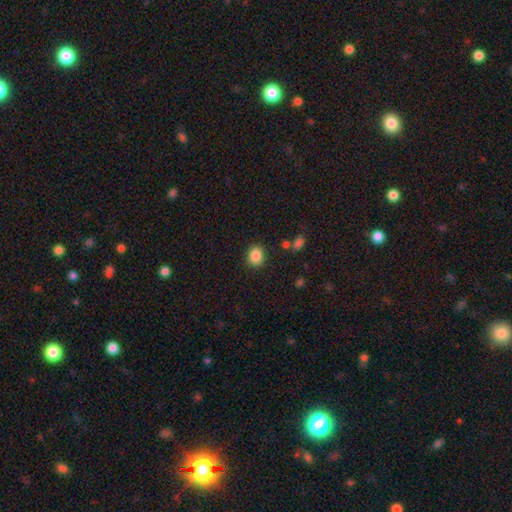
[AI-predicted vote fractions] Morphology: type=smooth (87%); roundness=round (55%); merging=none (86%).